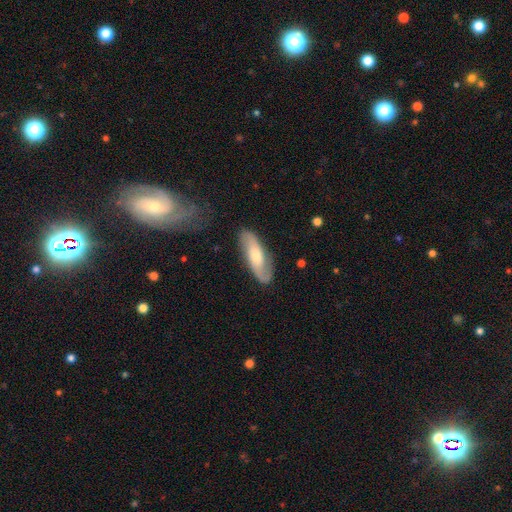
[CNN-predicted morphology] Smooth or featured? featured or disk (59%)
Edge-on disk? no (84%)
Merging? none (75%)